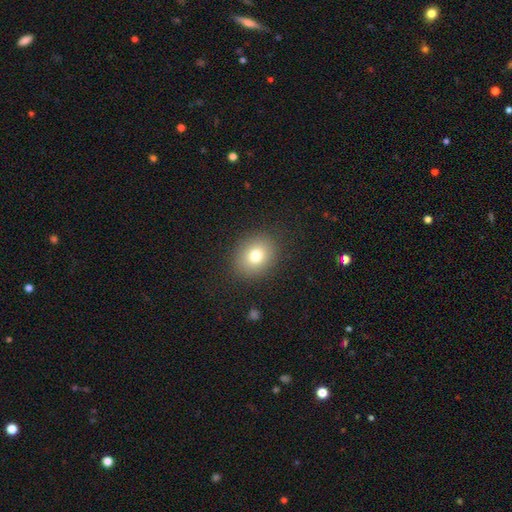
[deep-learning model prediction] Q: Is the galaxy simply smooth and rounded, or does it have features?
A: smooth — 77%.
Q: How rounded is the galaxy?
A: round — 59%.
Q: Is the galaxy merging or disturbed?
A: none — 87%.